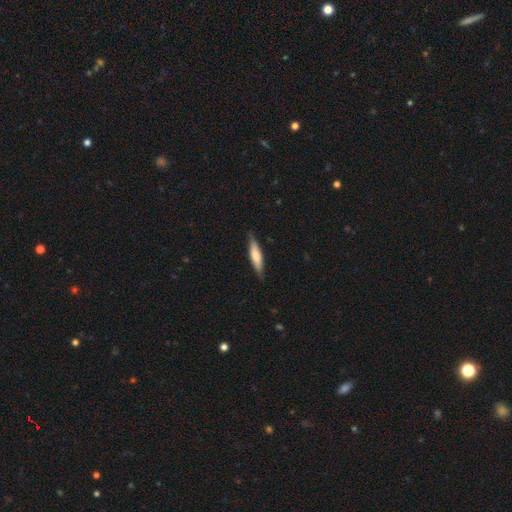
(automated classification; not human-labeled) smooth-or-featured: smooth: 64% | featured or disk: 31% | star or artifact: 5%
  how-rounded: cigar-shaped: 78% | in between: 21% | round: 2%
  merging: none: 84% | minor disturbance: 13% | major disturbance: 2% | merger: 1%